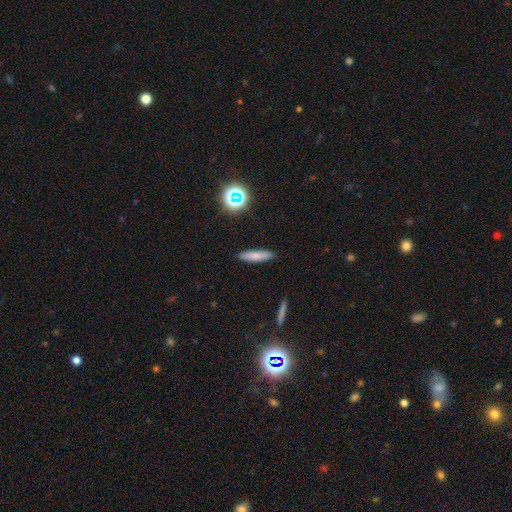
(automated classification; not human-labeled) smooth_or_featured: smooth (p=0.76) [alt: featured or disk p=0.14]
how_rounded: cigar-shaped (p=0.75) [alt: in between p=0.23]
merging: none (p=0.88) [alt: minor disturbance p=0.08]